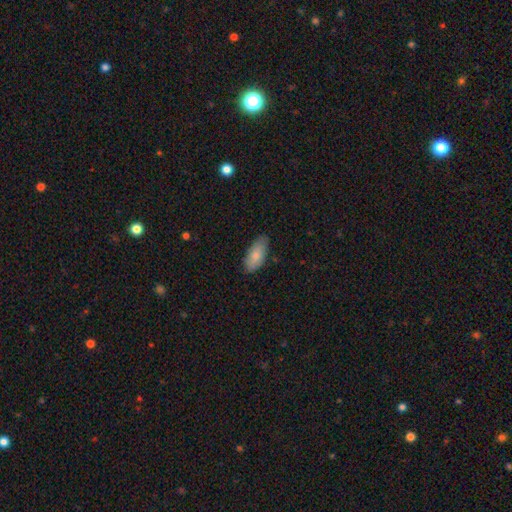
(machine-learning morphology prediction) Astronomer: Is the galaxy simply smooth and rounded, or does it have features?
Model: smooth — 80%.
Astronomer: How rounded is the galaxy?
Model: in between — 88%.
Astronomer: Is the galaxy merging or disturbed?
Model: none — 75%.